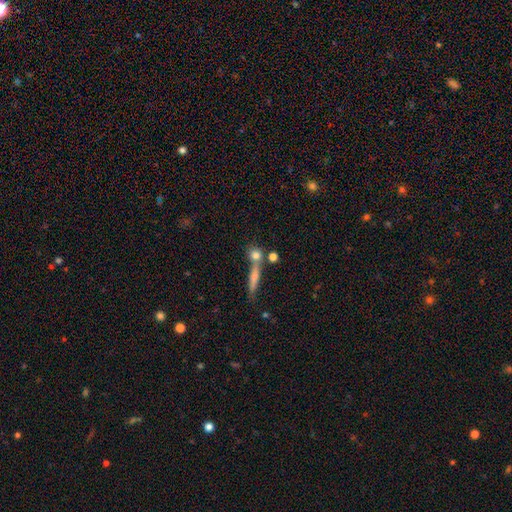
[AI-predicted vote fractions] smooth_or_featured: smooth (p=0.73) [alt: featured or disk p=0.16]
how_rounded: round (p=0.64) [alt: cigar-shaped p=0.19]
merging: none (p=0.55) [alt: merger p=0.30]